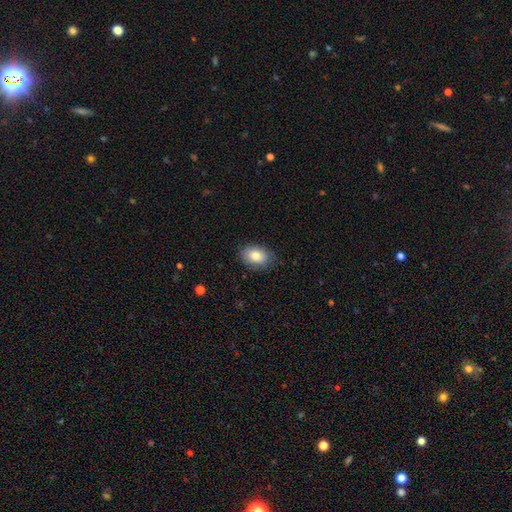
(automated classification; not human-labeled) The model was most divided on "how rounded": in between: 81%, round: 18%, cigar-shaped: 1%. More confident: smooth or featured — smooth (82%); merging — none (81%).